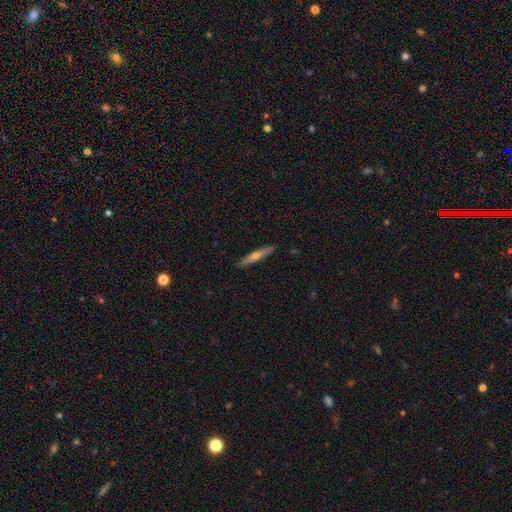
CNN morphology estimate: This appears to be a featured or disk galaxy (52%) viewed edge-on (95%). Merging: none (90%).